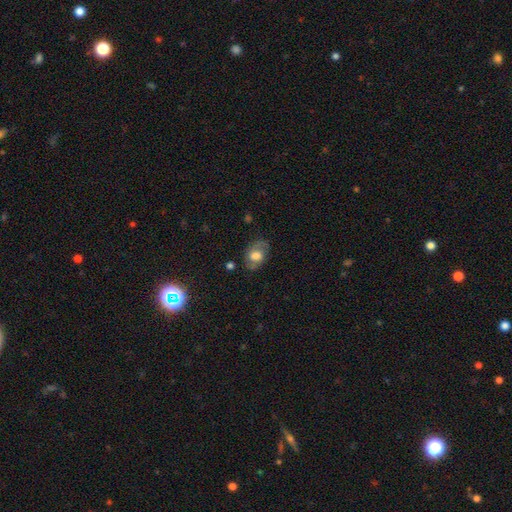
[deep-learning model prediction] smooth_or_featured: smooth (p=0.47) [alt: featured or disk p=0.44]
merging: none (p=0.71) [alt: minor disturbance p=0.20]